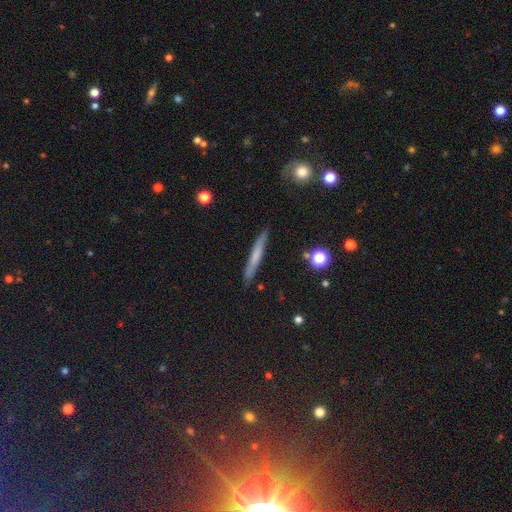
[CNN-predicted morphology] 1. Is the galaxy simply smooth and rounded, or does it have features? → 56% smooth, 36% featured or disk, 8% star or artifact.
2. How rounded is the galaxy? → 95% cigar-shaped, 3% in between, 2% round.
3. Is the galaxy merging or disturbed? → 88% none, 9% minor disturbance, 2% major disturbance, 2% merger.